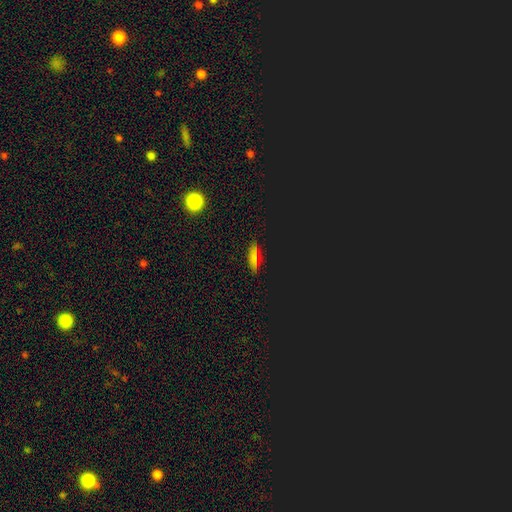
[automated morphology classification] smooth-or-featured: smooth: 54% | star or artifact: 36% | featured or disk: 10%
  how-rounded: in between: 58% | cigar-shaped: 34% | round: 9%
  merging: none: 87% | minor disturbance: 9% | major disturbance: 2% | merger: 2%